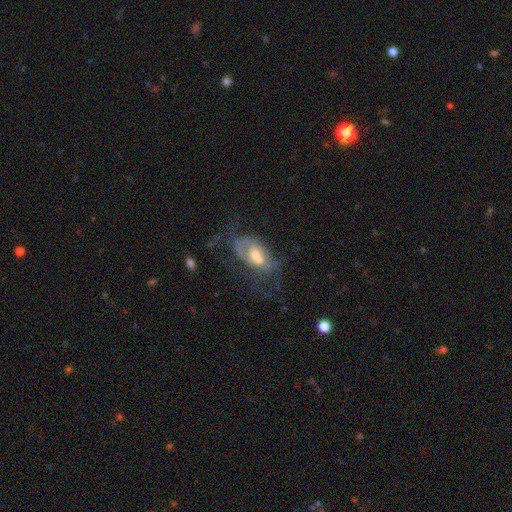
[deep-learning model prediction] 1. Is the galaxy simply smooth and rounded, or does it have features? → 63% featured or disk, 27% smooth, 10% star or artifact.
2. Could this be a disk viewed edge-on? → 94% no, 6% yes.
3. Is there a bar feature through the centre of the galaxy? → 64% no, 29% weak, 7% strong.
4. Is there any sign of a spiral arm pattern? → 50% yes (tied), 50% no (tied).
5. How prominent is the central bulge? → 59% moderate, 27% small, 9% large, 3% none, 1% dominant.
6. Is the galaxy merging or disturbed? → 37% major disturbance, 33% none, 21% minor disturbance, 9% merger.